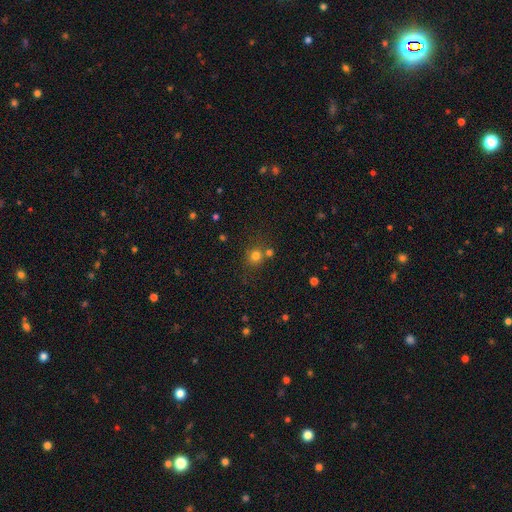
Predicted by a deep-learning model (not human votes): Smooth or featured? Predicted: smooth (p=0.76). How rounded? Predicted: round (p=0.85). Merging? Predicted: none (p=0.63).